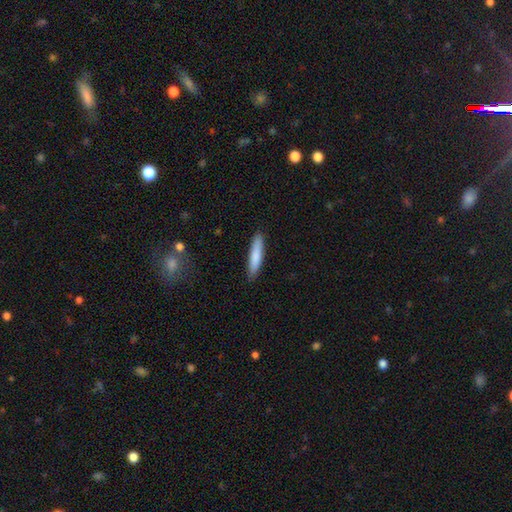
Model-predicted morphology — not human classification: smooth_or_featured: smooth (p=0.82) [alt: featured or disk p=0.13]
how_rounded: cigar-shaped (p=0.87) [alt: in between p=0.12]
merging: none (p=0.89) [alt: minor disturbance p=0.08]